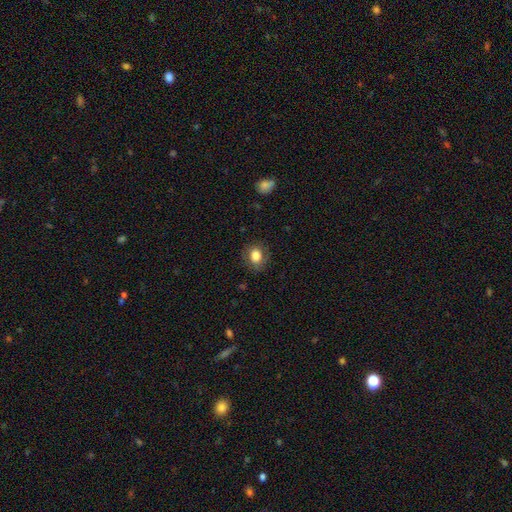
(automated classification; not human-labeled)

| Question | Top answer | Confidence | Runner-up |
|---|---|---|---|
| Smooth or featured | smooth | 81% | featured or disk (10%) |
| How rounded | round | 52% | in between (47%) |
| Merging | none | 81% | minor disturbance (13%) |